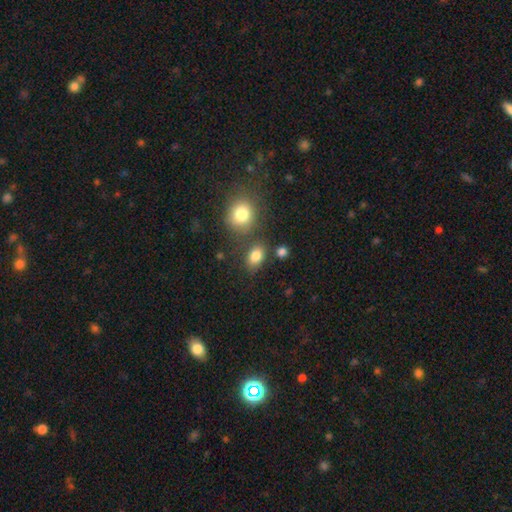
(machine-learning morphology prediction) Smooth or featured? Predicted: smooth (p=0.82). How rounded? Predicted: in between (p=0.76). Merging? Predicted: none (p=0.71).